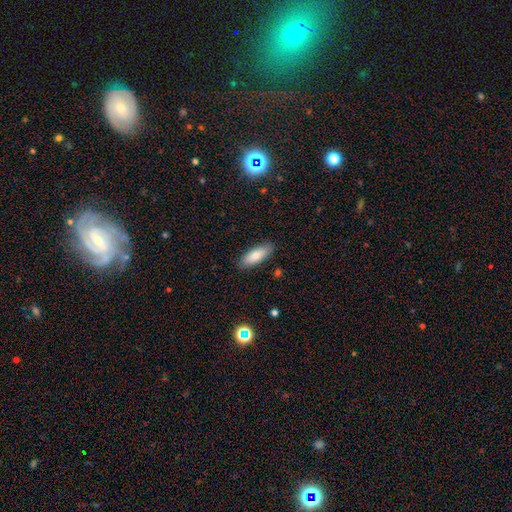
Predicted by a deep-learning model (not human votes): Q: Smooth or featured?
A: smooth (80%); runner-up: featured or disk (14%)
Q: How rounded?
A: in between (71%); runner-up: cigar-shaped (27%)
Q: Merging?
A: none (87%); runner-up: minor disturbance (10%)